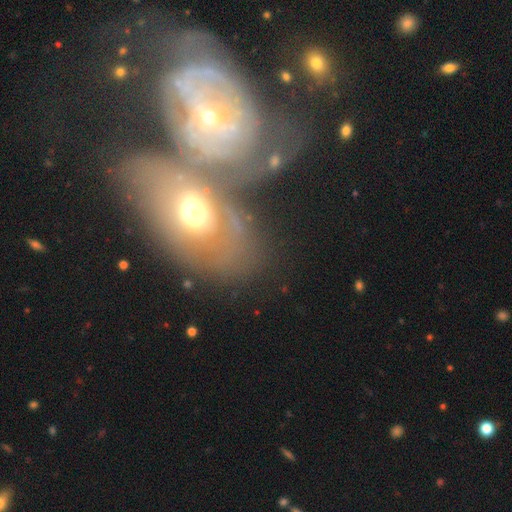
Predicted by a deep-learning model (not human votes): smooth_or_featured: featured or disk (p=0.63) [alt: smooth p=0.25]
disk_edge_on: no (p=0.91) [alt: yes p=0.09]
bar: no (p=0.74) [alt: weak p=0.18]
has_spiral_arms: yes (p=0.54) [alt: no p=0.46]
bulge_size: moderate (p=0.58) [alt: small p=0.19]
merging: merger (p=0.44) [alt: none p=0.31]